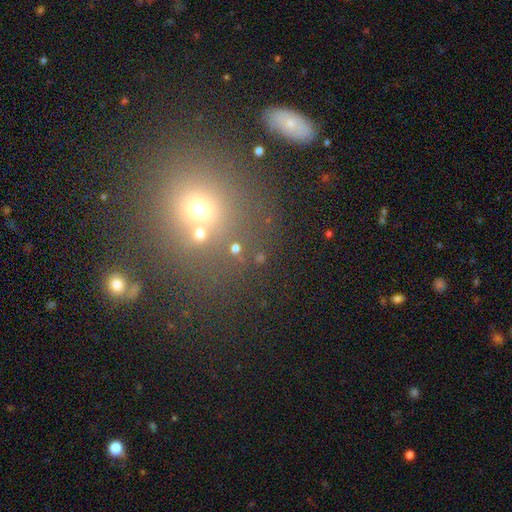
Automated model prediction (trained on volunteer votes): Smooth or featured? Predicted: smooth (p=0.51). How rounded? Predicted: round (p=0.77). Merging? Predicted: none (p=0.65).